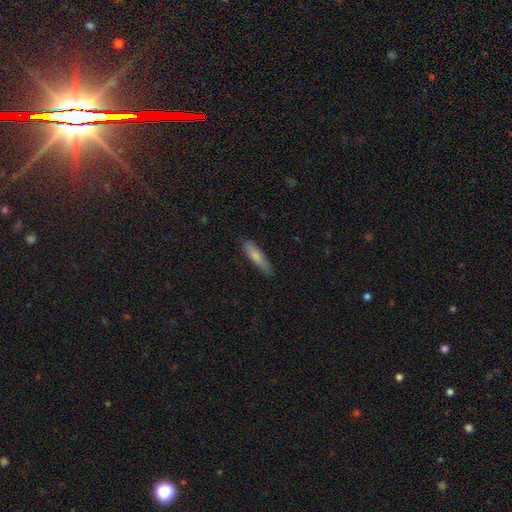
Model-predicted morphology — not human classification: Overall: smooth (77%). How rounded: cigar-shaped (76%). Merging: none (81%).